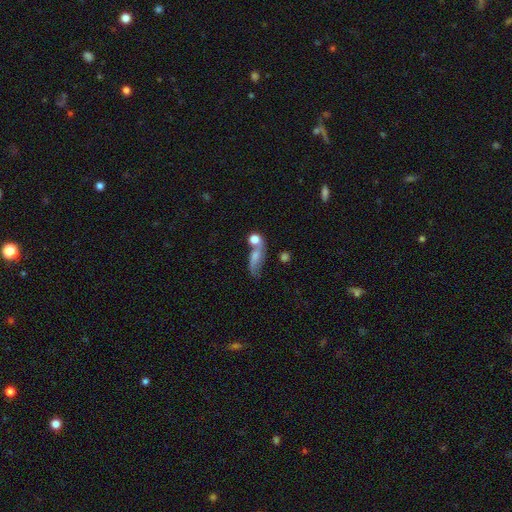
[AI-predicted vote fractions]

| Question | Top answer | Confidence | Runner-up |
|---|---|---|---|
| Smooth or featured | smooth | 56% | featured or disk (33%) |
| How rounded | in between | 63% | cigar-shaped (23%) |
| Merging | none | 34% | merger (33%) |